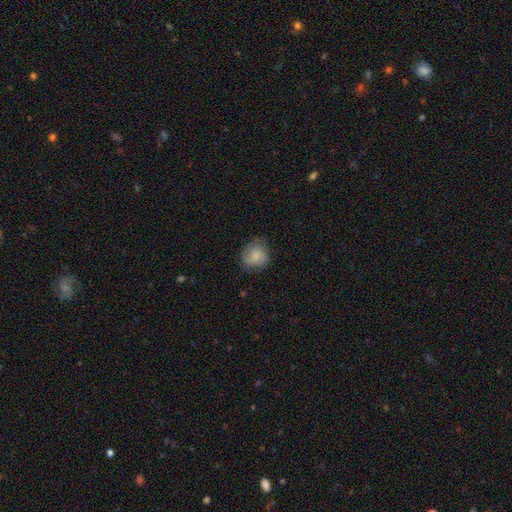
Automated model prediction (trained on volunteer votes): smooth 75%, featured or disk 17%, star or artifact 8%. Down the decision tree: how rounded — round (79%); merging — none (67%).